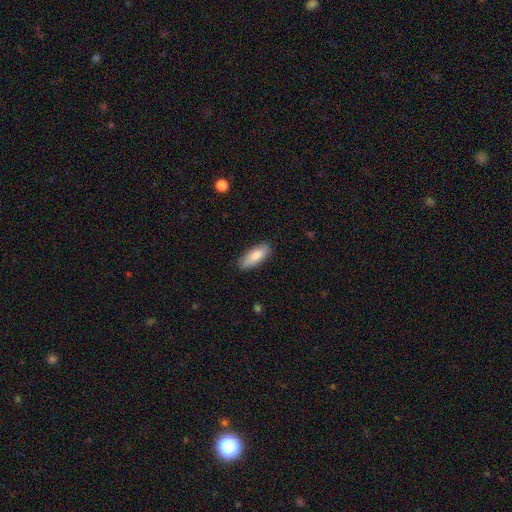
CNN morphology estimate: Smooth or featured? Predicted: smooth (p=0.84). How rounded? Predicted: in between (p=0.65). Merging? Predicted: none (p=0.84).